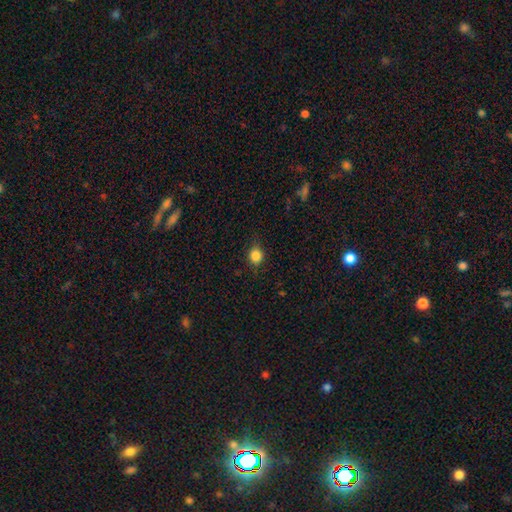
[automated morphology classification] This is clearly a smooth galaxy (84%). How rounded: likely round (74%). Merging: clearly none (80%).